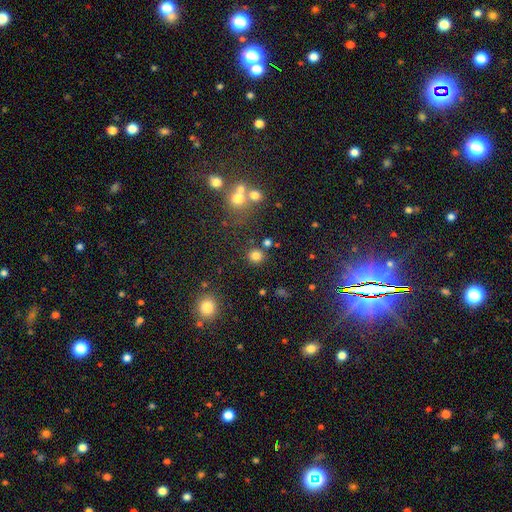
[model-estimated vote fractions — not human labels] The model was most divided on "smooth or featured": smooth: 80%, star or artifact: 14%, featured or disk: 6%. More confident: how rounded — round (90%); merging — none (84%).